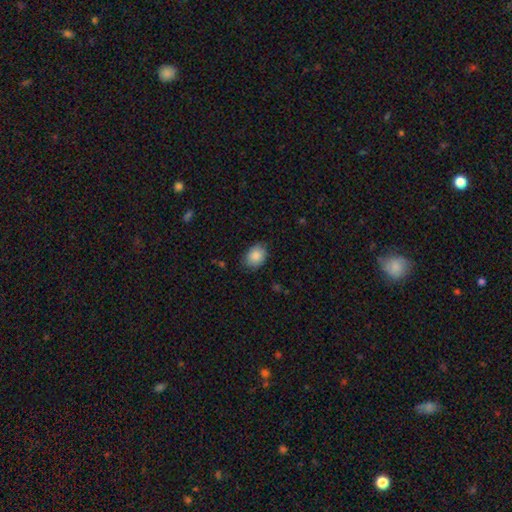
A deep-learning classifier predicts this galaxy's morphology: Smooth or featured? Predicted: smooth (p=0.87). How rounded? Predicted: in between (p=0.68). Merging? Predicted: none (p=0.79).